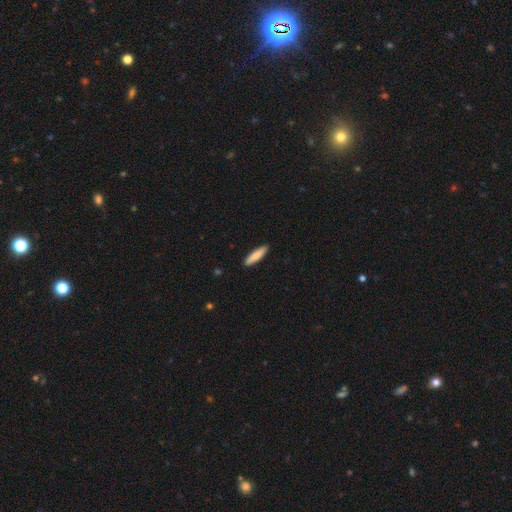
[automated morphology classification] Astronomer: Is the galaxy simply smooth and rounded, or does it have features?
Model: smooth — 83%.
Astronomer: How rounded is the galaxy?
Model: cigar-shaped — 80%.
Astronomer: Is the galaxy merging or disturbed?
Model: none — 90%.